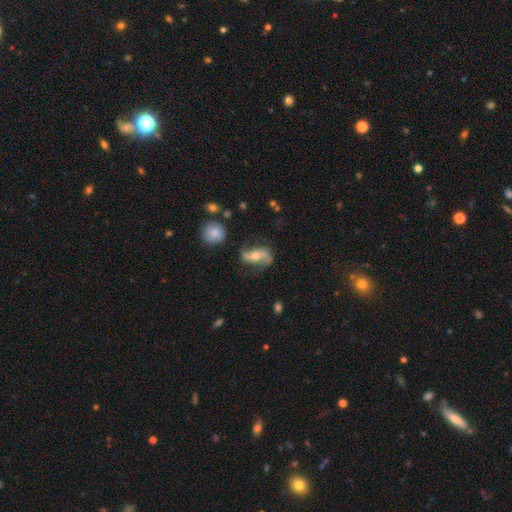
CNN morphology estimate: smooth-or-featured: featured or disk: 80% | smooth: 13% | star or artifact: 7%
  disk-edge-on: no: 94% | yes: 6%
    bar: no: 42% | weak: 30% | strong: 28%
    has-spiral-arms: yes: 93% | no: 7%
      spiral-winding: loose: 75% | medium: 19% | tight: 6%
      spiral-arm-count: 2: 91% | 1: 3% | can't tell: 3% | 3: 1% | 4: 1% | more than 4: 1%
    bulge-size: moderate: 66% | small: 27% | large: 4% | none: 2% | dominant: 1%
  merging: none: 68% | minor disturbance: 18% | major disturbance: 11% | merger: 3%